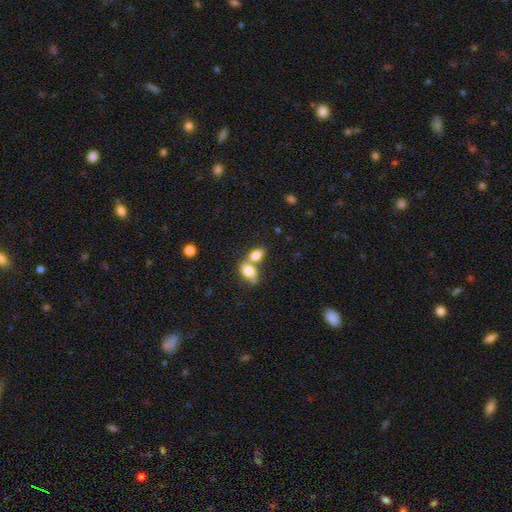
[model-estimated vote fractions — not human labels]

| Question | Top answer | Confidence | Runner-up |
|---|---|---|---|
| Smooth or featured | smooth | 81% | featured or disk (12%) |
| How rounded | in between | 87% | round (10%) |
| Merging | merger | 60% | none (28%) |